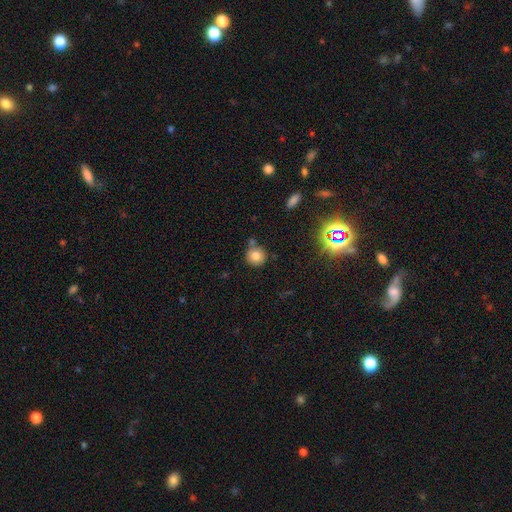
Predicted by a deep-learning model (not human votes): Smooth or featured? smooth (80%)
How rounded? round (90%)
Merging? none (67%)